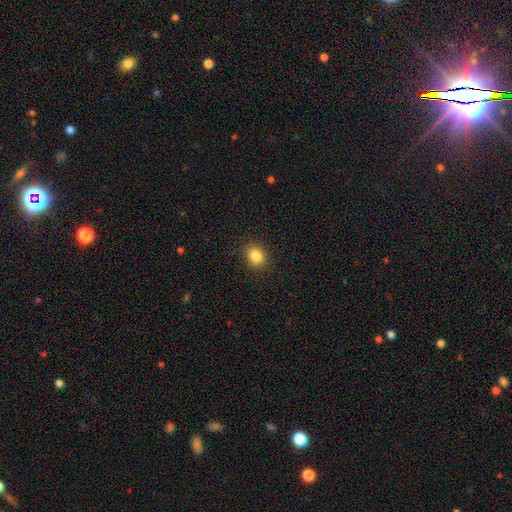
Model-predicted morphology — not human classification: Q: Smooth or featured?
A: smooth (85%); runner-up: star or artifact (10%)
Q: How rounded?
A: round (65%); runner-up: in between (34%)
Q: Merging?
A: none (89%); runner-up: minor disturbance (7%)